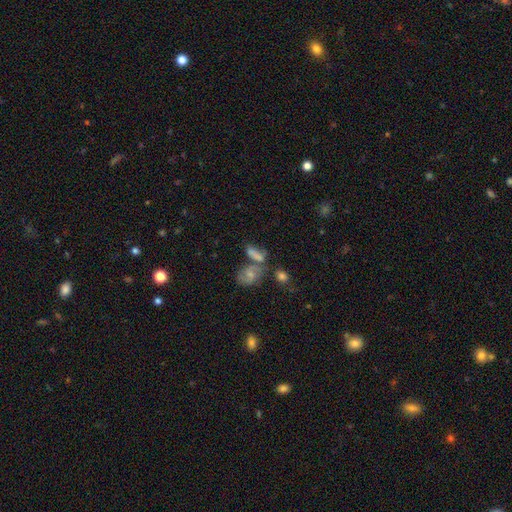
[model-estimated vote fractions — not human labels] smooth 62%, featured or disk 25%, star or artifact 13%. Down the decision tree: how rounded — in between (75%); merging — merger (39%).